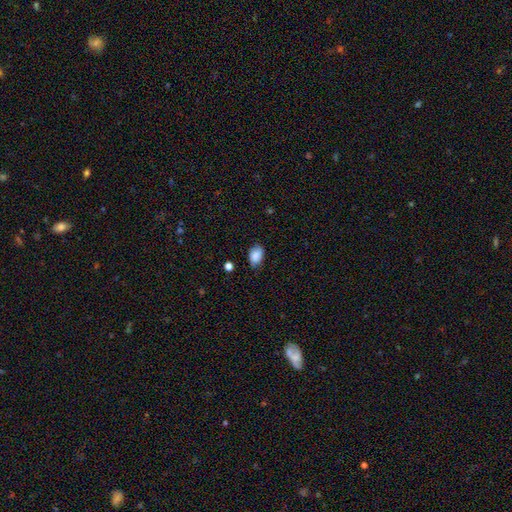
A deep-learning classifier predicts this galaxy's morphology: This is clearly a smooth galaxy (85%). How rounded: clearly in between (85%). Merging: likely none (74%).